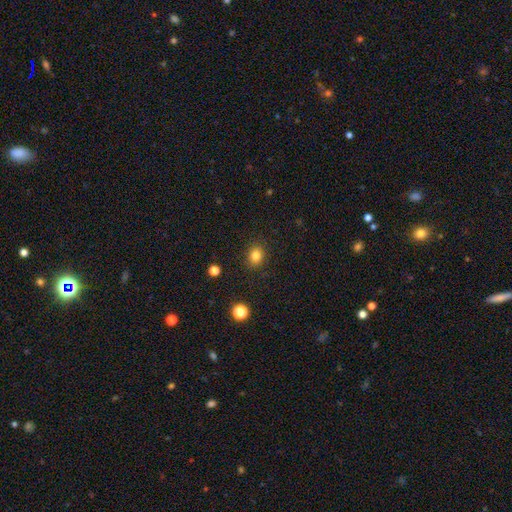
This appears to be a smooth galaxy with no disk features (87%) that is round (53%). Merging: none (83%).